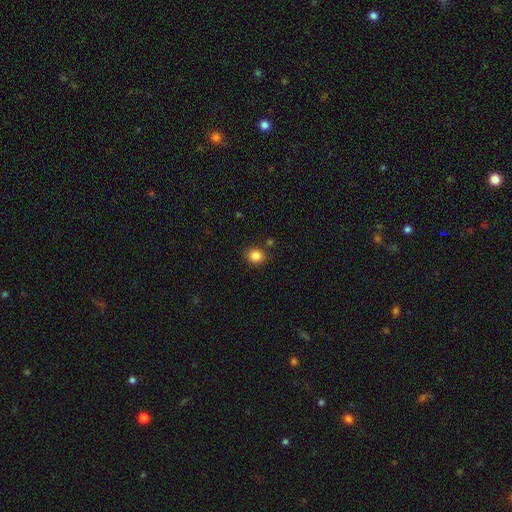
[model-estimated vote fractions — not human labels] A smooth galaxy with no disk features (85%) that is round (70%). Merging: none (83%).